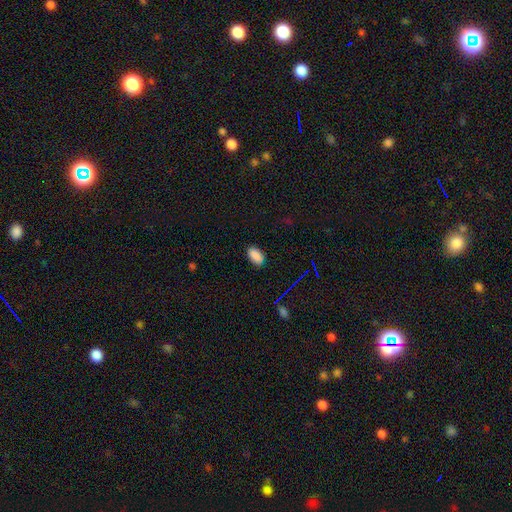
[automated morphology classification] smooth-or-featured: smooth: 85% | star or artifact: 11% | featured or disk: 5%
  how-rounded: in between: 93% | round: 5% | cigar-shaped: 2%
  merging: none: 85% | minor disturbance: 12% | major disturbance: 2% | merger: 1%